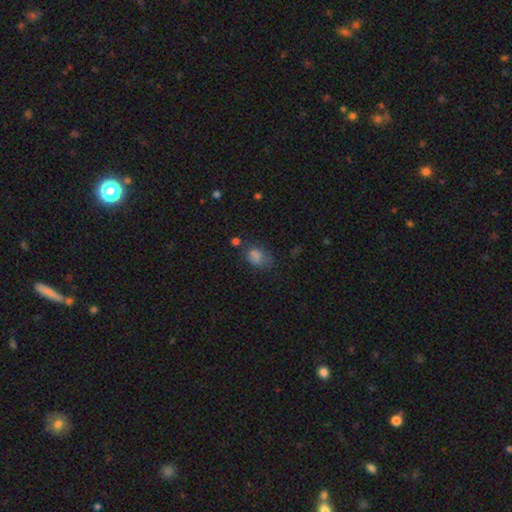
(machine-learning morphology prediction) A smooth galaxy with no disk features (72%) that is in between round and cigar-shaped (64%). Merging: none (53%).